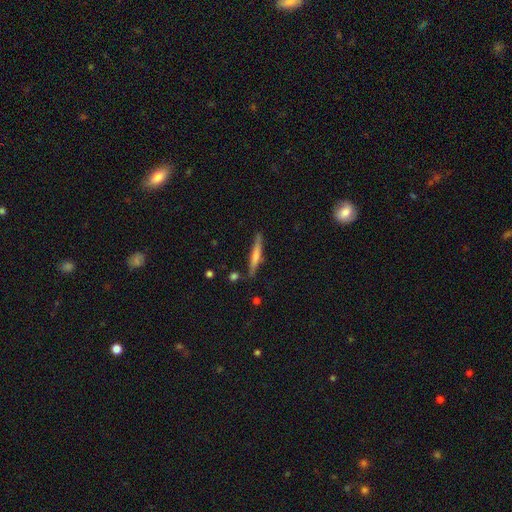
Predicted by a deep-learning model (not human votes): Q: Smooth or featured?
A: smooth (53%); runner-up: featured or disk (41%)
Q: How rounded?
A: cigar-shaped (93%); runner-up: in between (6%)
Q: Merging?
A: none (82%); runner-up: minor disturbance (12%)